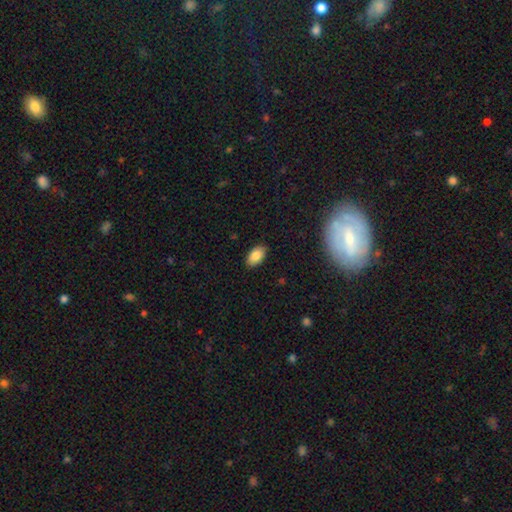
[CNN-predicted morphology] Smooth or featured?
  - smooth: 85% *
  - star or artifact: 8%
  - featured or disk: 7%
How rounded?
  - in between: 93% *
  - round: 5%
  - cigar-shaped: 2%
Merging?
  - none: 88% *
  - minor disturbance: 9%
  - major disturbance: 2%
  - merger: 1%